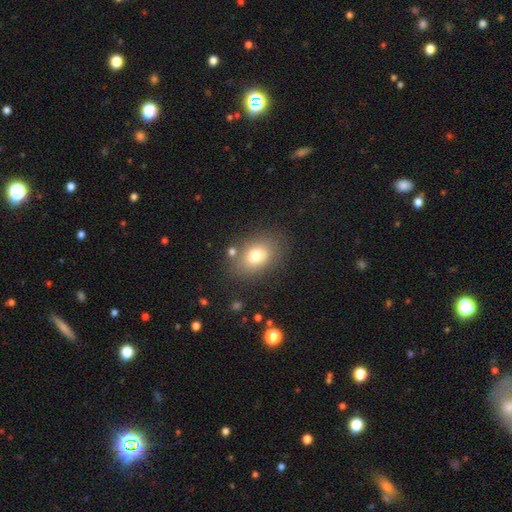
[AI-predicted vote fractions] smooth-or-featured: smooth: 75% | featured or disk: 14% | star or artifact: 11%
  how-rounded: in between: 75% | round: 24% | cigar-shaped: 1%
  merging: none: 74% | minor disturbance: 14% | merger: 6% | major disturbance: 5%